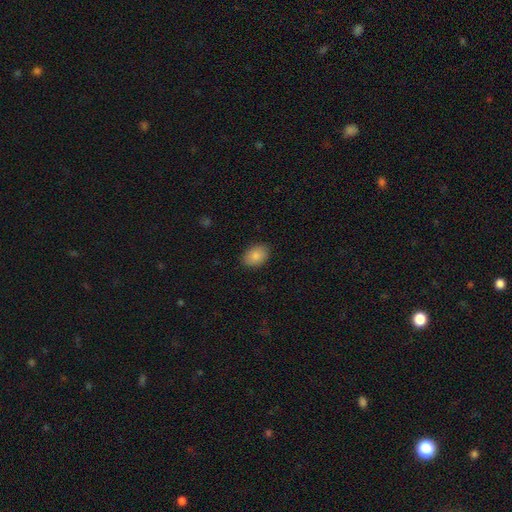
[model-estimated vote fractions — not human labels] A smooth galaxy with no disk features (86%) that is in between round and cigar-shaped (80%). Merging: none (88%).